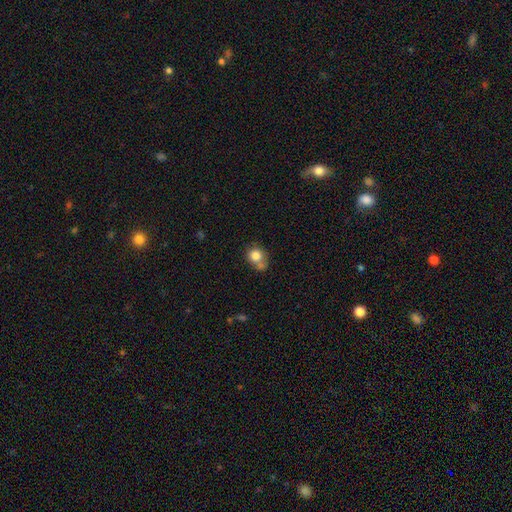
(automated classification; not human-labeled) smooth-or-featured: smooth: 80% | featured or disk: 10% | star or artifact: 10%
  how-rounded: round: 77% | in between: 22% | cigar-shaped: 1%
  merging: none: 46% | merger: 29% | minor disturbance: 18% | major disturbance: 7%